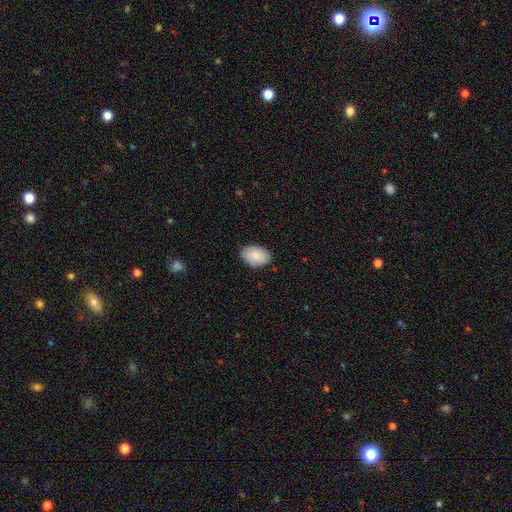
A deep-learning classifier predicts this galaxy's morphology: Q: Smooth or featured?
A: smooth (85%); runner-up: featured or disk (9%)
Q: How rounded?
A: in between (89%); runner-up: round (10%)
Q: Merging?
A: none (85%); runner-up: minor disturbance (12%)